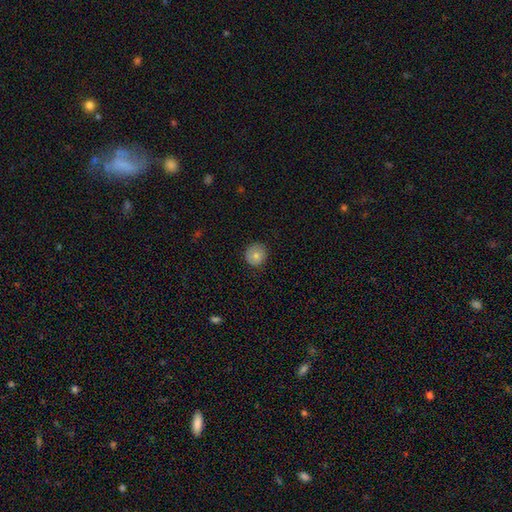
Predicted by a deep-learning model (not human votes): Q: Smooth or featured?
A: smooth (80%); runner-up: featured or disk (11%)
Q: How rounded?
A: round (91%); runner-up: in between (8%)
Q: Merging?
A: none (86%); runner-up: minor disturbance (11%)